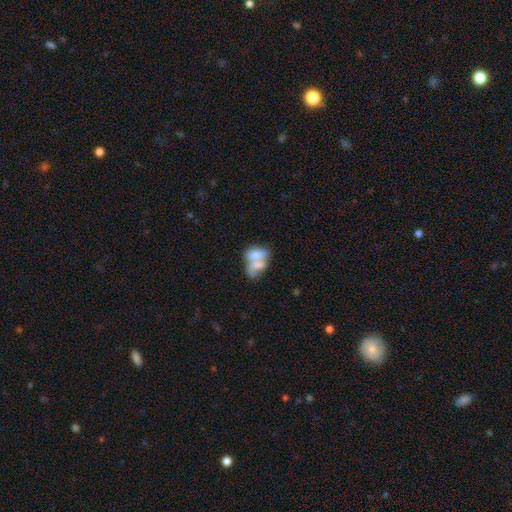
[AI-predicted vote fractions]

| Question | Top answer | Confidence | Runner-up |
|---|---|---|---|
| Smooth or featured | smooth | 64% | featured or disk (28%) |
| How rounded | in between | 83% | round (14%) |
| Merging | merger | 67% | none (17%) |